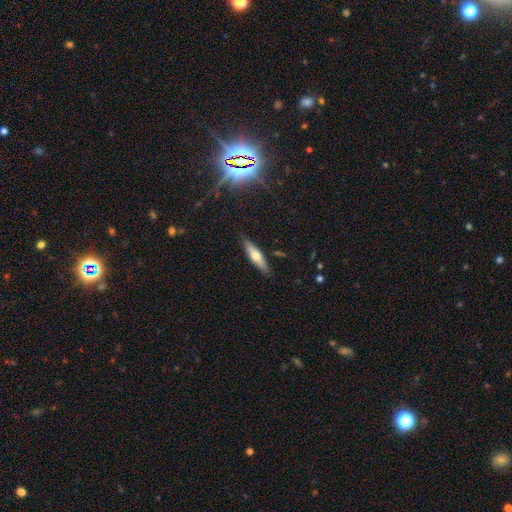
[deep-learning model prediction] Smooth or featured?
  - smooth: 55% *
  - featured or disk: 39%
  - star or artifact: 7%
How rounded?
  - cigar-shaped: 73% *
  - in between: 25%
  - round: 2%
Merging?
  - none: 87% *
  - minor disturbance: 9%
  - major disturbance: 2%
  - merger: 1%